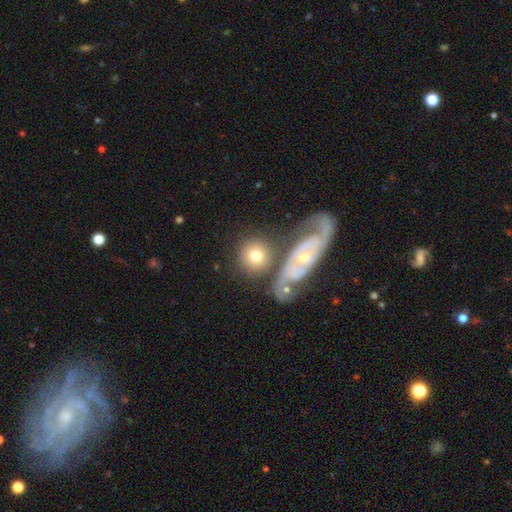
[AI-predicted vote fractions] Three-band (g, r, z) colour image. It shows a smooth galaxy with no disk features (63%) that is round (84%). Merging: none (58%).